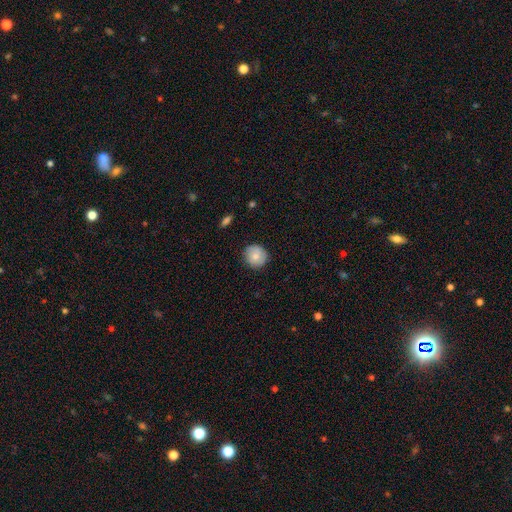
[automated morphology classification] A smooth galaxy with no disk features (80%) that is round (91%).

Vote fractions:
- Smooth or featured? smooth: 80% / featured or disk: 13% / star or artifact: 7%
- How rounded? round: 91% / in between: 8% / cigar-shaped: 1%
- Merging? none: 86% / minor disturbance: 11% / major disturbance: 2% / merger: 1%